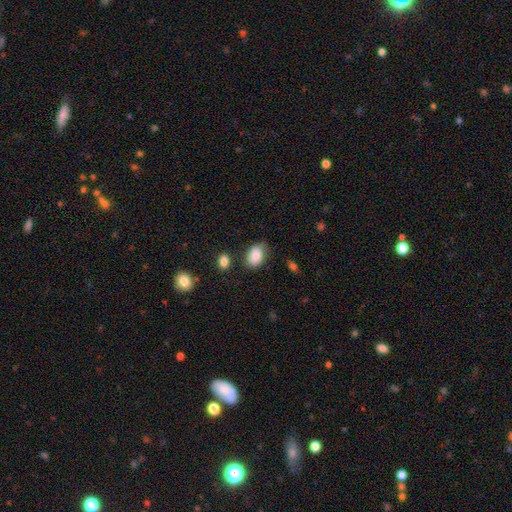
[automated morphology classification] A smooth galaxy with no disk features (80%) that is in between round and cigar-shaped (80%). Merging: none (63%).